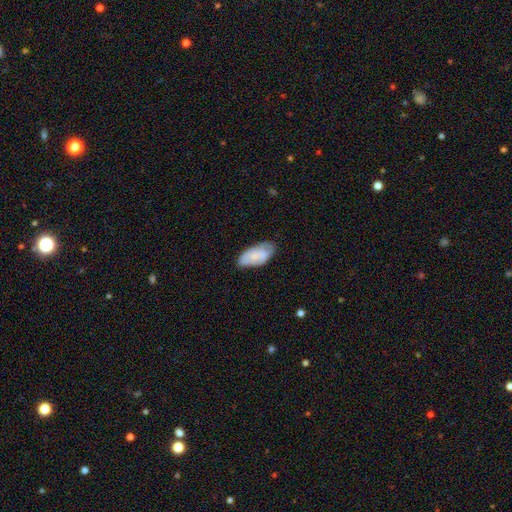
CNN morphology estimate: A smooth galaxy with no disk features (75%) that is in between round and cigar-shaped (94%). Merging: none (65%).